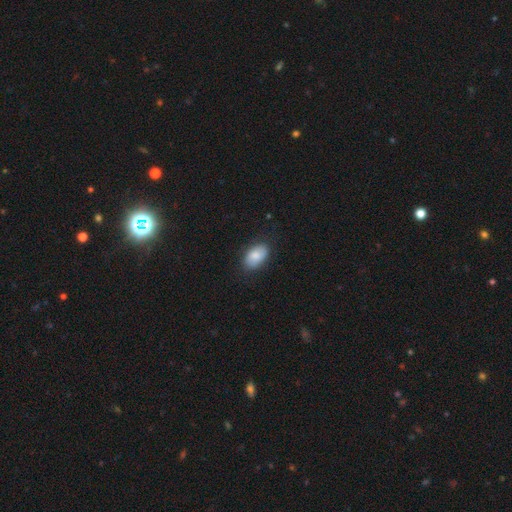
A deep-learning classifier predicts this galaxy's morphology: smooth-or-featured: smooth: 80% | featured or disk: 13% | star or artifact: 7%
  how-rounded: in between: 90% | round: 9% | cigar-shaped: 1%
  merging: none: 79% | minor disturbance: 16% | major disturbance: 4% | merger: 1%